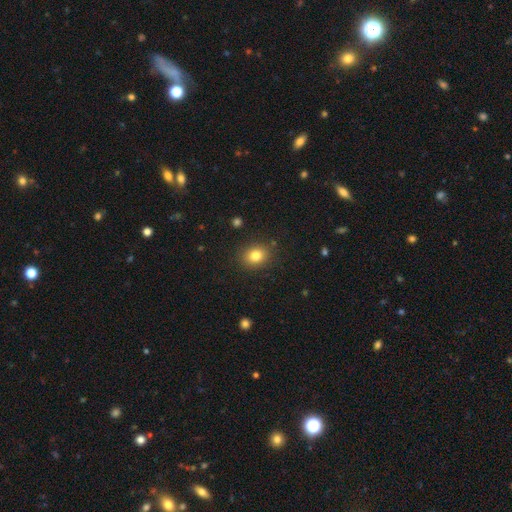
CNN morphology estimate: smooth 81%, star or artifact 11%, featured or disk 7%. Down the decision tree: how rounded — round (61%); merging — none (88%).